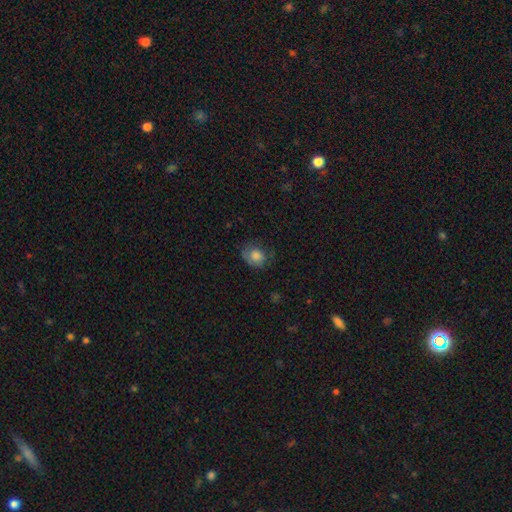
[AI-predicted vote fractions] Smooth or featured?
  - smooth: 72% *
  - featured or disk: 19%
  - star or artifact: 9%
How rounded?
  - round: 55% *
  - in between: 44%
  - cigar-shaped: 1%
Merging?
  - none: 57% *
  - minor disturbance: 26%
  - major disturbance: 15%
  - merger: 1%